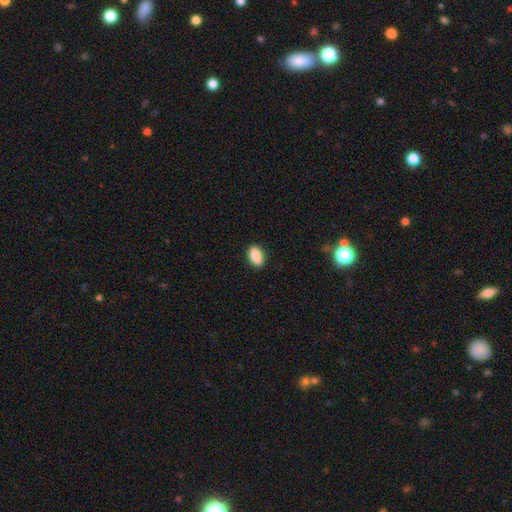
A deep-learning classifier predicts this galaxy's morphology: smooth-or-featured: smooth: 89% | star or artifact: 7% | featured or disk: 4%
  how-rounded: in between: 90% | round: 7% | cigar-shaped: 3%
  merging: none: 88% | minor disturbance: 9% | major disturbance: 2% | merger: 1%